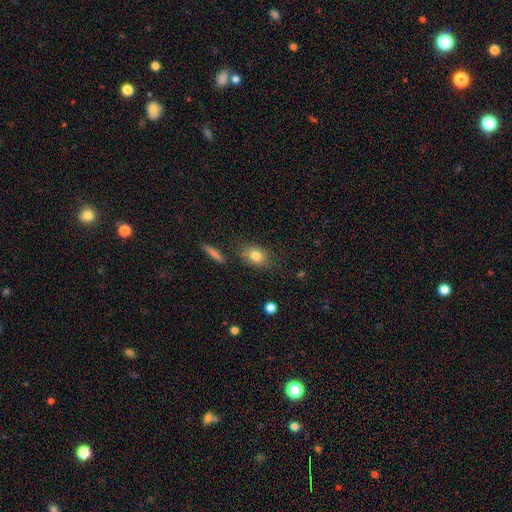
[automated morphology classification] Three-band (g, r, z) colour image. It shows a smooth galaxy with no disk features (80%) that is in between round and cigar-shaped (64%). Merging: none (77%).